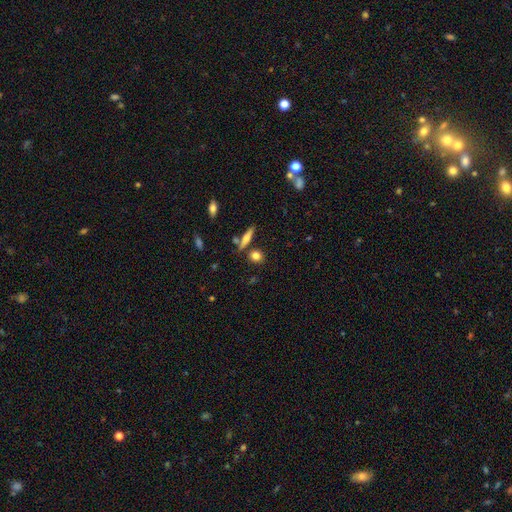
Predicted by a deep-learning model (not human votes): Smooth or featured? Predicted: smooth (p=0.76). How rounded? Predicted: round (p=0.56). Merging? Predicted: none (p=0.75).